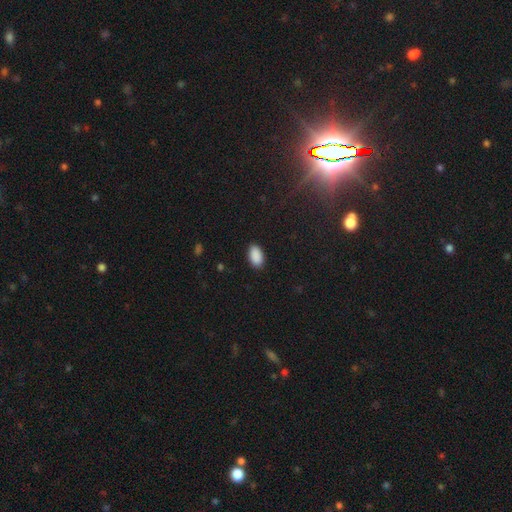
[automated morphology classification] This is clearly a smooth galaxy (90%). How rounded: clearly in between (94%). Merging: clearly none (88%).